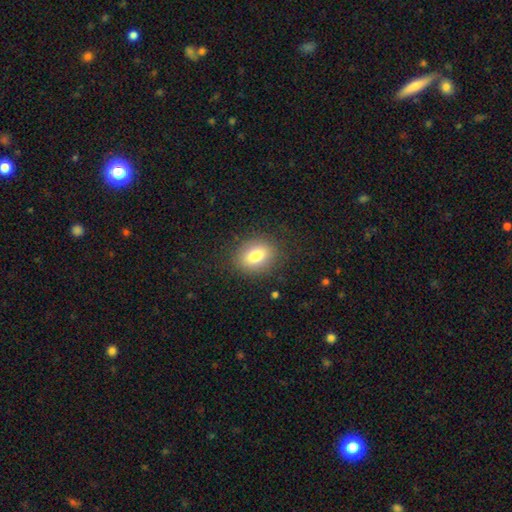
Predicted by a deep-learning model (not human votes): smooth 79%, featured or disk 12%, star or artifact 10%. Down the decision tree: how rounded — in between (60%); merging — none (84%).